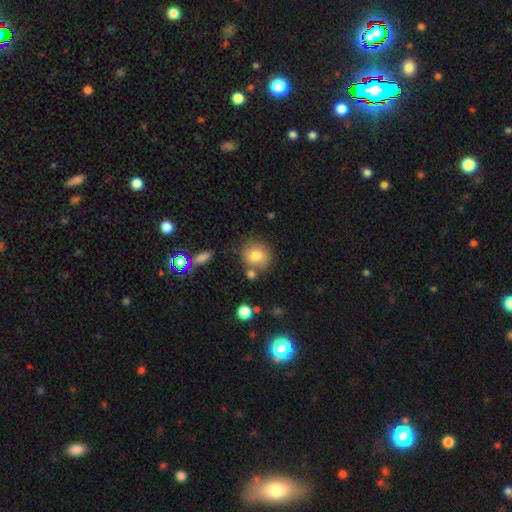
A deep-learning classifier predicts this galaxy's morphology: smooth-or-featured: smooth: 79% | featured or disk: 11% | star or artifact: 10%
  how-rounded: round: 82% | in between: 17% | cigar-shaped: 1%
  merging: none: 71% | merger: 13% | minor disturbance: 12% | major disturbance: 4%